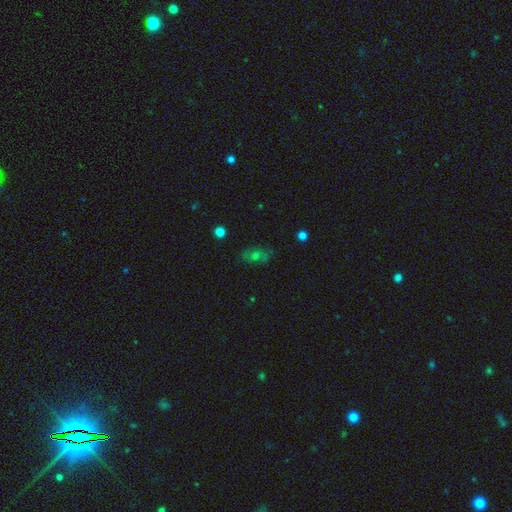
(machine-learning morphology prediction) Smooth or featured?
  - smooth: 48% *
  - featured or disk: 26%
  - star or artifact: 25%
Merging?
  - none: 75% *
  - minor disturbance: 17%
  - major disturbance: 6%
  - merger: 2%